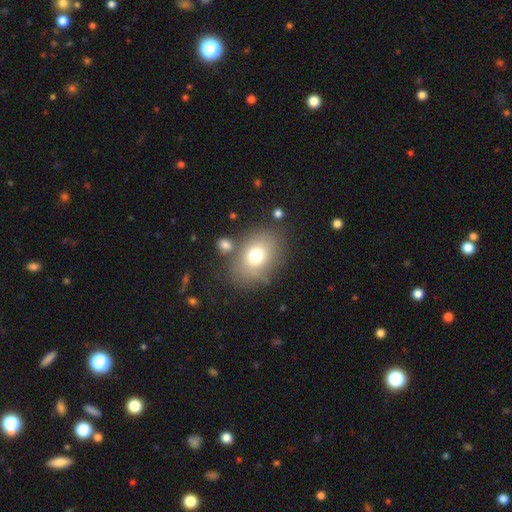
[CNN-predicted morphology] Q: Smooth or featured?
A: smooth (73%); runner-up: featured or disk (16%)
Q: How rounded?
A: in between (68%); runner-up: round (31%)
Q: Merging?
A: none (73%); runner-up: minor disturbance (14%)